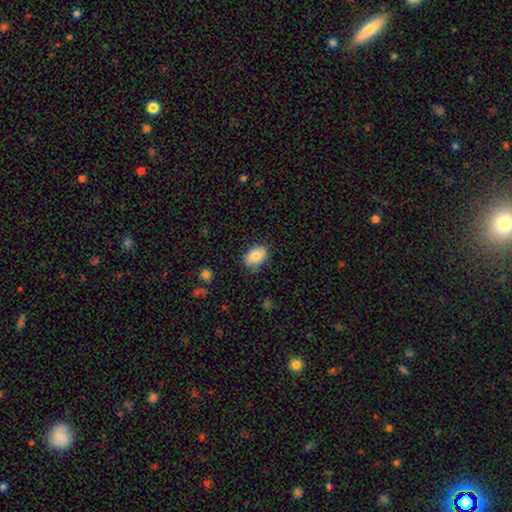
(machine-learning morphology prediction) A smooth galaxy with no disk features (84%) that is in between round and cigar-shaped (86%).

Vote fractions:
- Smooth or featured? smooth: 84% / featured or disk: 9% / star or artifact: 7%
- How rounded? in between: 86% / round: 13% / cigar-shaped: 1%
- Merging? none: 76% / minor disturbance: 19% / major disturbance: 3% / merger: 1%